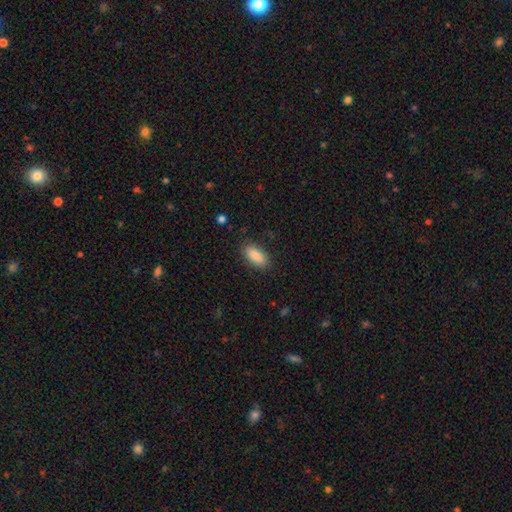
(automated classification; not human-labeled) Smooth or featured: smooth — 89% (star or artifact — 7%)
How rounded: in between — 86% (cigar-shaped — 11%)
Merging: none — 87% (minor disturbance — 10%)